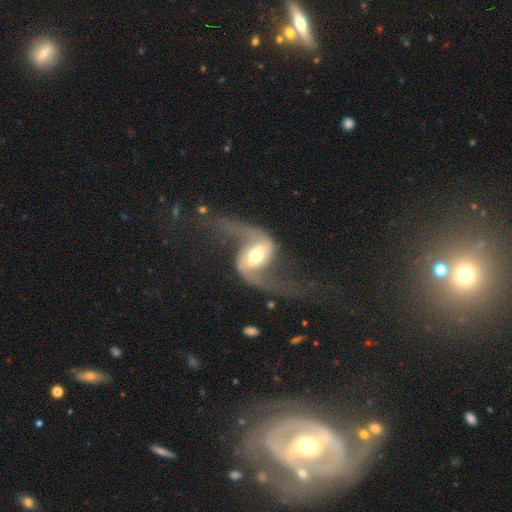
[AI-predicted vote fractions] Smooth or featured? Predicted: featured or disk (p=0.90). Edge-on disk? Predicted: no (p=0.96). Bar? Predicted: strong (p=0.41). Spiral arms? Predicted: yes (p=0.96). Spiral winding? Predicted: loose (p=0.89). Spiral arm count? Predicted: 2 (p=0.94). Bulge size? Predicted: moderate (p=0.66). Merging? Predicted: none (p=0.60).